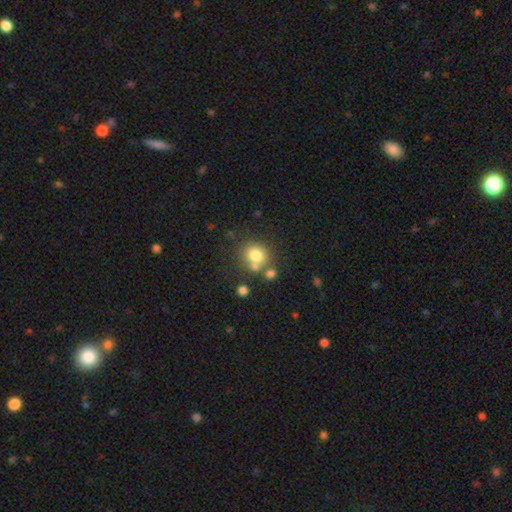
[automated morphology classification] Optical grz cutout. It shows a smooth galaxy with no disk features (76%) that is round (80%). Merging: none (60%).